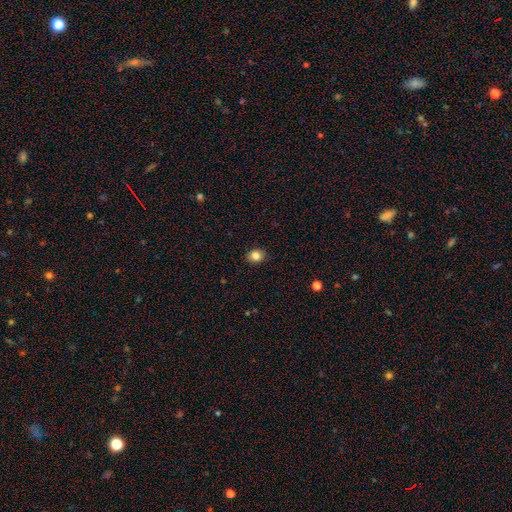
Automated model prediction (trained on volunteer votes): This is clearly a smooth galaxy (84%). How rounded: possibly round (51%). Merging: clearly none (88%).